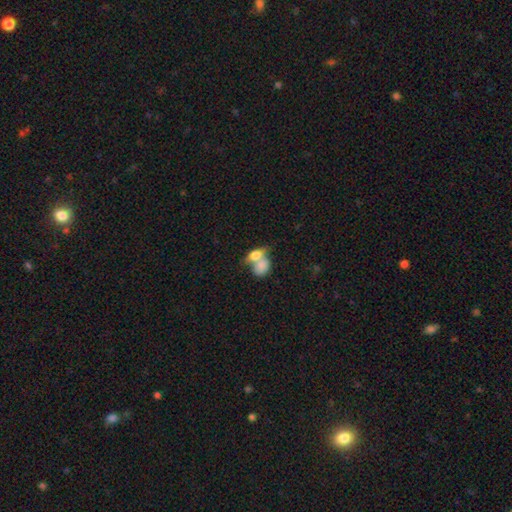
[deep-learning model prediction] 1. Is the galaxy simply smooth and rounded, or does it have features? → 75% smooth, 17% featured or disk, 8% star or artifact.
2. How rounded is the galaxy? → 73% in between, 23% round, 4% cigar-shaped.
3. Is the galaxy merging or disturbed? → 69% merger, 19% none, 7% minor disturbance, 5% major disturbance.